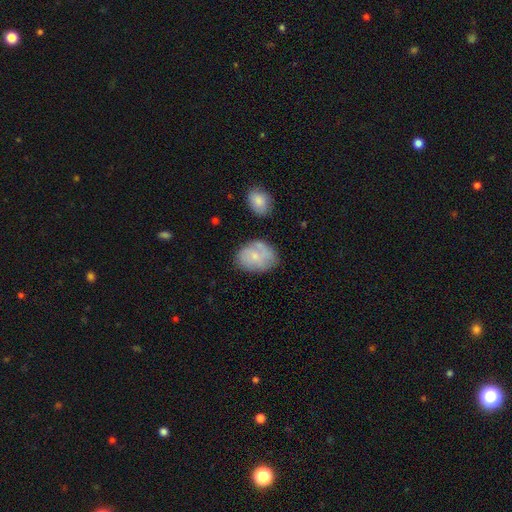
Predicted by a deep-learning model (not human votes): Smooth or featured? smooth (62%)
How rounded? in between (66%)
Merging? none (58%)